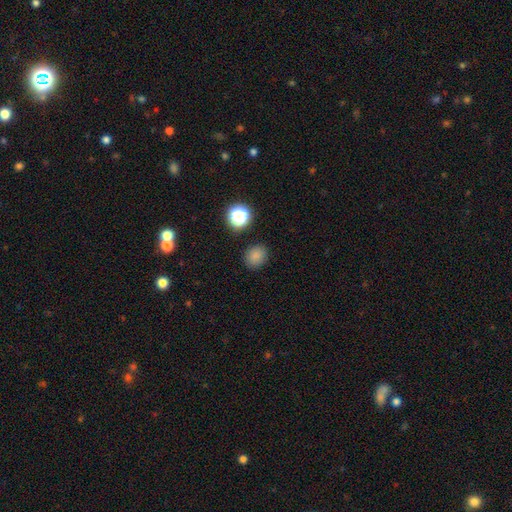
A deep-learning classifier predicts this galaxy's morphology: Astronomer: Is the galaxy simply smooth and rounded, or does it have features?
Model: smooth — 80%.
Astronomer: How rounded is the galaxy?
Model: round — 66%.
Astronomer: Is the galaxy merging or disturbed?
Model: none — 86%.